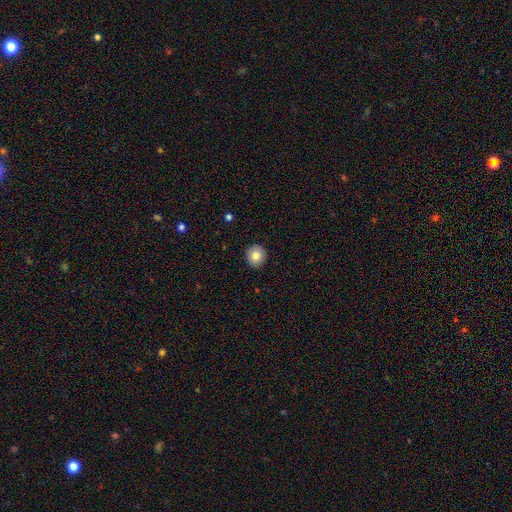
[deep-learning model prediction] Overall: smooth (81%). How rounded: round (92%). Merging: none (92%).